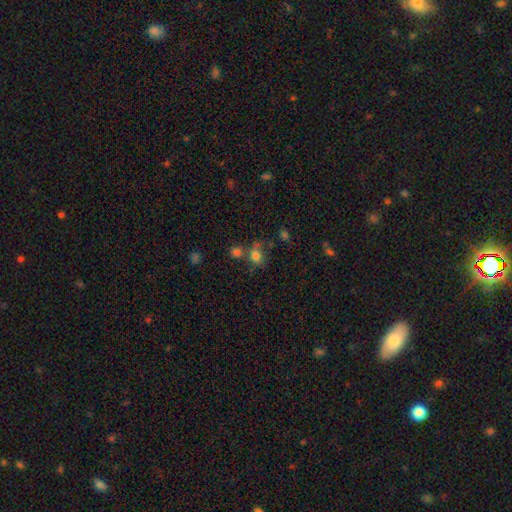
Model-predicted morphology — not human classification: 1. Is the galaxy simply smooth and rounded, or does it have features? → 74% smooth, 15% star or artifact, 11% featured or disk.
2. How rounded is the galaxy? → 54% round, 44% in between, 1% cigar-shaped.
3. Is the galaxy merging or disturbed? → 47% none, 27% merger, 16% minor disturbance, 9% major disturbance.